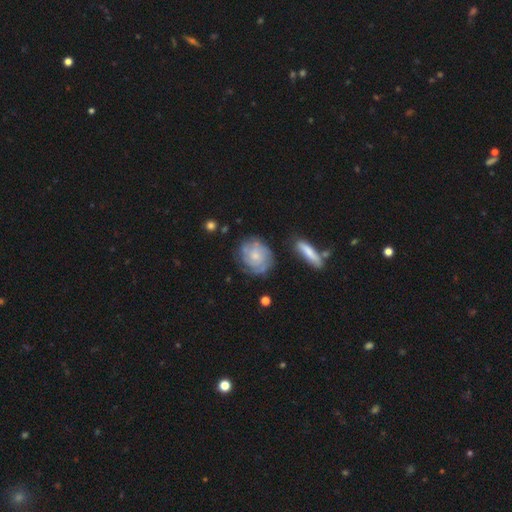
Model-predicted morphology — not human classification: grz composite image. It shows a featured or disk galaxy (71%) with no bar (78%), tight (67%) spiral arms (89%) and a small central bulge (61%). Merging: none (70%).